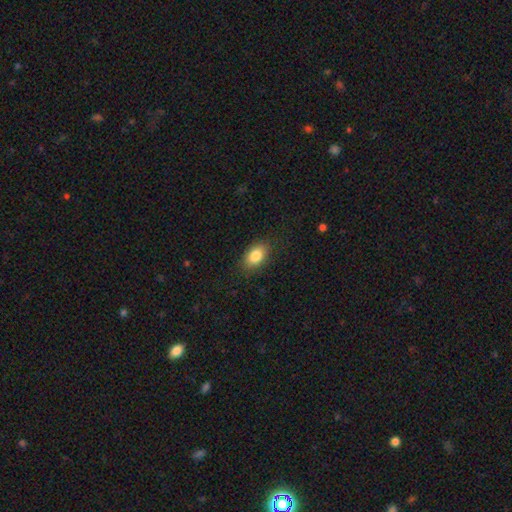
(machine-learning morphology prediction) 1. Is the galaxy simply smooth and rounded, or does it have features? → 85% smooth, 8% star or artifact, 7% featured or disk.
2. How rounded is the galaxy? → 88% in between, 10% round, 2% cigar-shaped.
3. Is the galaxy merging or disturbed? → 86% none, 10% minor disturbance, 3% major disturbance, 1% merger.